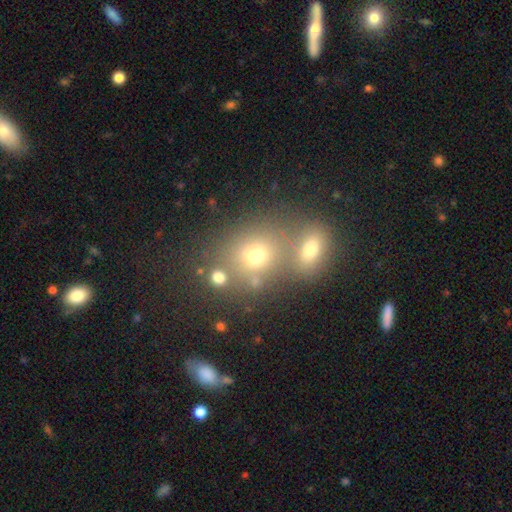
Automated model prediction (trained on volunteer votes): Smooth or featured?
  - smooth: 66% *
  - star or artifact: 18%
  - featured or disk: 15%
How rounded?
  - round: 64% *
  - in between: 34%
  - cigar-shaped: 1%
Merging?
  - none: 46% *
  - merger: 40%
  - minor disturbance: 9%
  - major disturbance: 5%